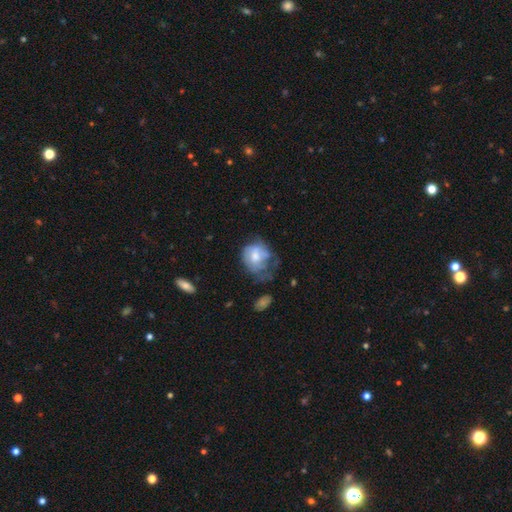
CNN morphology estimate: smooth_or_featured: smooth (p=0.48) [alt: featured or disk p=0.44]
merging: major disturbance (p=0.38) [alt: minor disturbance p=0.29]